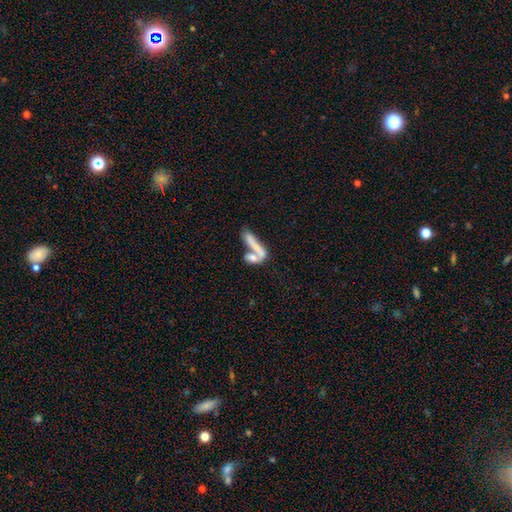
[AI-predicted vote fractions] A smooth galaxy with no disk features (65%) that is cigar-shaped (56%).

Vote fractions:
- Smooth or featured? smooth: 65% / featured or disk: 26% / star or artifact: 9%
- How rounded? cigar-shaped: 56% / in between: 38% / round: 6%
- Merging? merger: 58% / none: 26% / major disturbance: 8% / minor disturbance: 8%